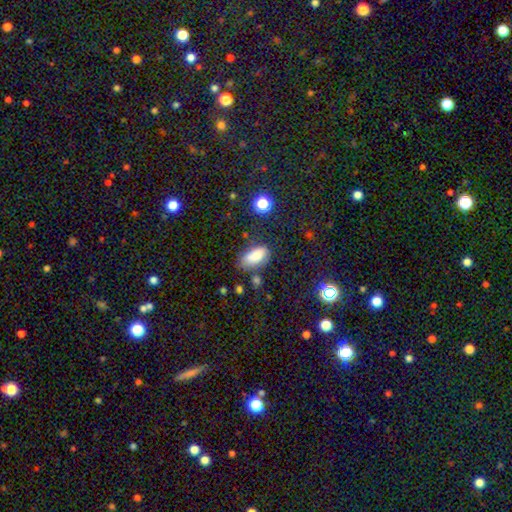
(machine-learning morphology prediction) A smooth galaxy with no disk features (76%) that is in between round and cigar-shaped (91%).

Vote fractions:
- Smooth or featured? smooth: 76% / featured or disk: 13% / star or artifact: 10%
- How rounded? in between: 91% / cigar-shaped: 5% / round: 4%
- Merging? none: 59% / minor disturbance: 24% / merger: 9% / major disturbance: 8%